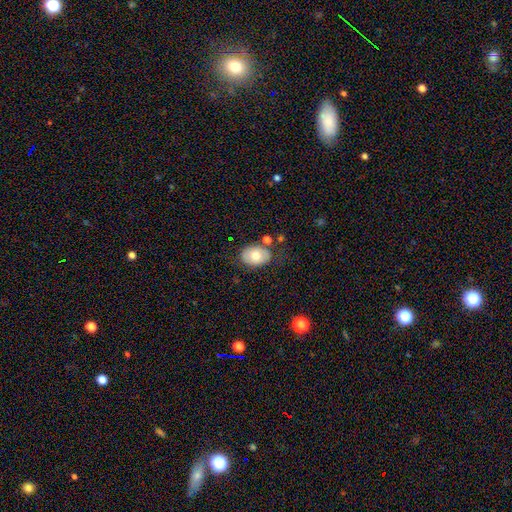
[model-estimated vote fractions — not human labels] A smooth galaxy with no disk features (72%) that is in between round and cigar-shaped (78%). Merging: none (73%).